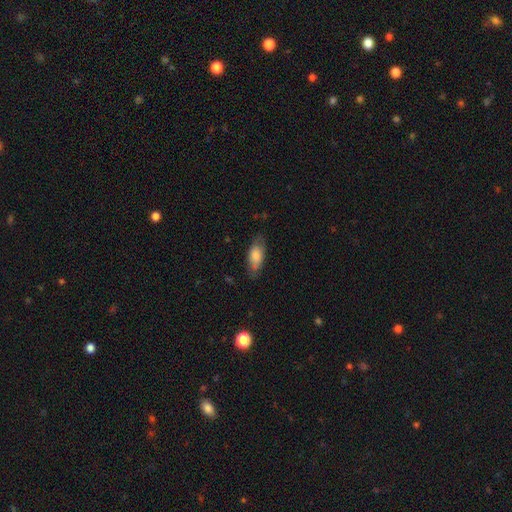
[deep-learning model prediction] Smooth or featured: smooth — 76% (featured or disk — 17%)
How rounded: in between — 83% (cigar-shaped — 15%)
Merging: none — 73% (minor disturbance — 20%)